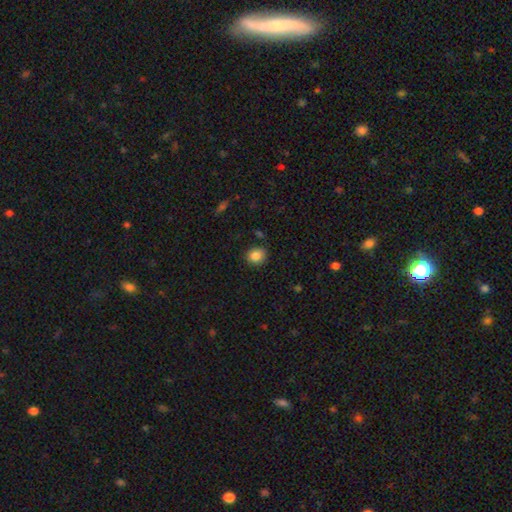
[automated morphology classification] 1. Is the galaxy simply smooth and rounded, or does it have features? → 85% smooth, 9% star or artifact, 5% featured or disk.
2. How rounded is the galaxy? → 73% round, 26% in between, 1% cigar-shaped.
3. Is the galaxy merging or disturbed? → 86% none, 10% minor disturbance, 2% major disturbance, 2% merger.